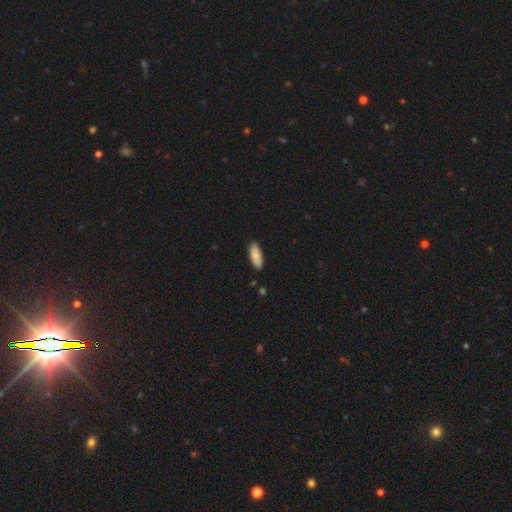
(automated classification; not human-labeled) Smooth or featured? Predicted: smooth (p=0.84). How rounded? Predicted: in between (p=0.76). Merging? Predicted: none (p=0.87).